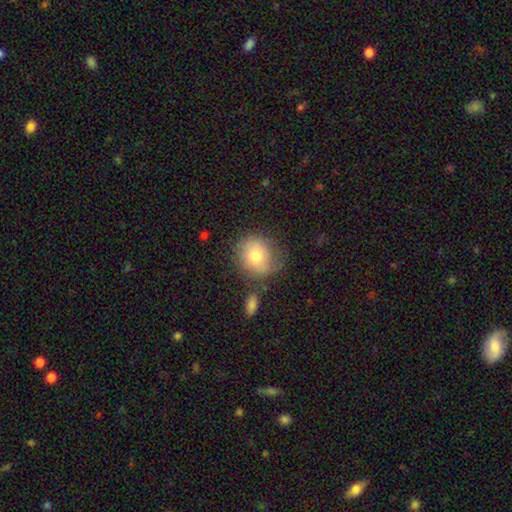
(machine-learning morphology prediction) smooth-or-featured: smooth: 75% | featured or disk: 17% | star or artifact: 9%
  how-rounded: round: 79% | in between: 20% | cigar-shaped: 1%
  merging: none: 66% | minor disturbance: 21% | major disturbance: 7% | merger: 6%